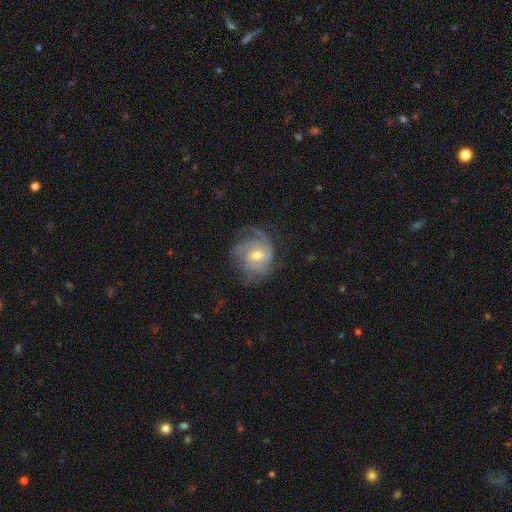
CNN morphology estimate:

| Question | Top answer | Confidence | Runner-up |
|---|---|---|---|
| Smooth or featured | featured or disk | 78% | smooth (15%) |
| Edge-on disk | no | 97% | yes (3%) |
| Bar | no | 63% | weak (32%) |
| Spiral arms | yes | 93% | no (7%) |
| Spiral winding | tight | 48% | medium (37%) |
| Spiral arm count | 3 | 31% | can't tell (30%) |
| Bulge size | moderate | 60% | small (34%) |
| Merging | none | 62% | minor disturbance (22%) |